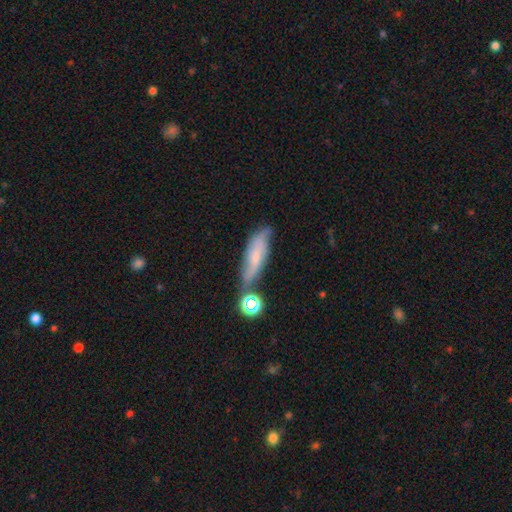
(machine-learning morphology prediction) This appears to be a featured or disk galaxy (47%). Merging: none (51%).